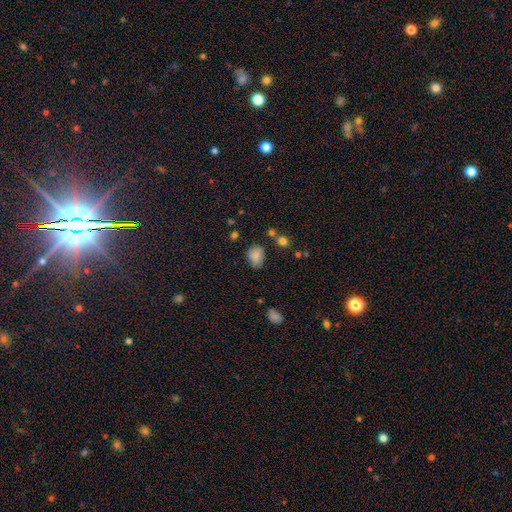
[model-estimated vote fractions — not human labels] Morphology: type=smooth (80%); roundness=in between (64%); merging=none (65%).